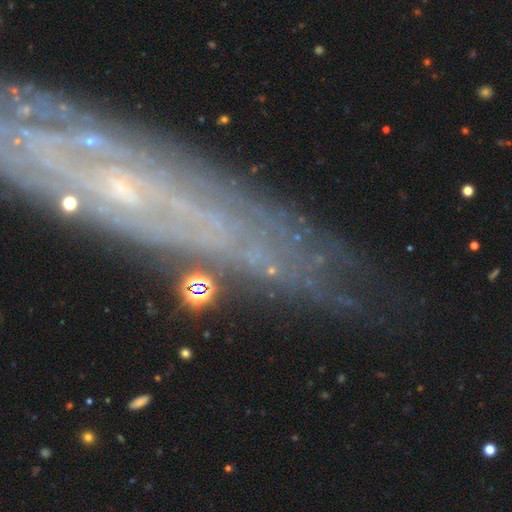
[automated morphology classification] A star or artifact, not a galaxy (41%).

Vote fractions:
- Smooth or featured? star or artifact: 41% / featured or disk: 39% / smooth: 20%